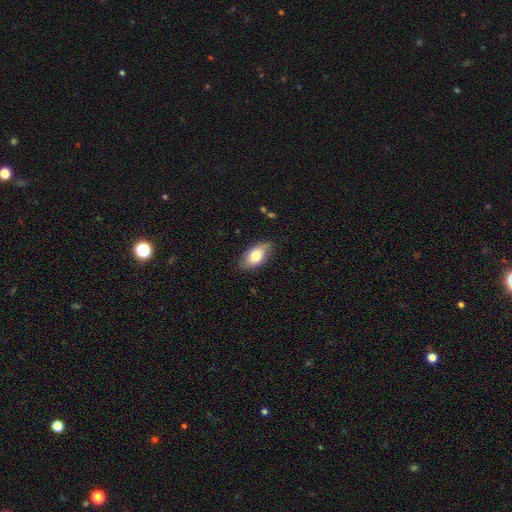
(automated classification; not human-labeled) smooth_or_featured: smooth (p=0.72) [alt: featured or disk p=0.21]
how_rounded: in between (p=0.93) [alt: round p=0.05]
merging: none (p=0.74) [alt: minor disturbance p=0.21]